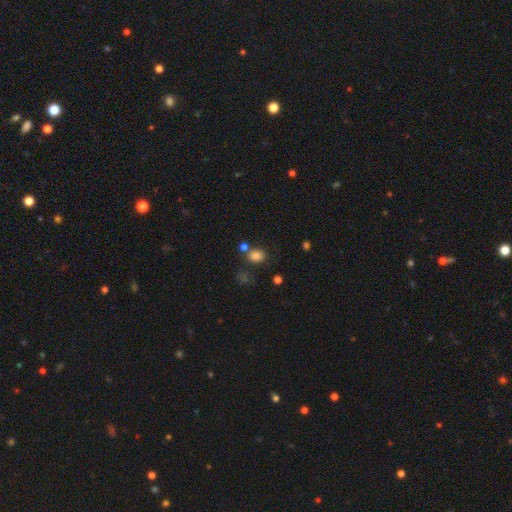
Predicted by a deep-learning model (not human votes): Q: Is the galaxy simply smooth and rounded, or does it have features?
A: smooth — 81%.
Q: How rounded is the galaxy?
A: round — 51%.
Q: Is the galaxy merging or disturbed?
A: none — 66%.